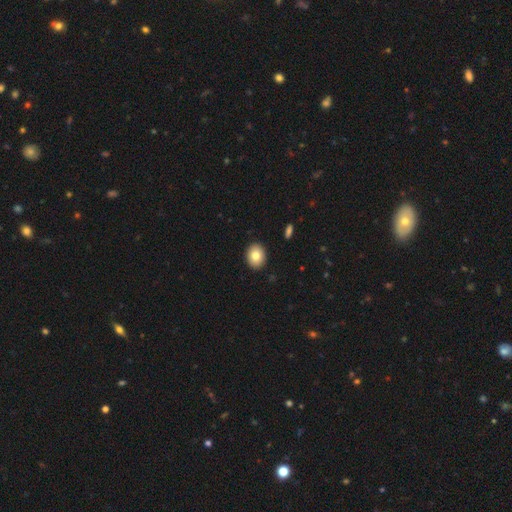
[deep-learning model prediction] Smooth or featured?
  - smooth: 81% *
  - featured or disk: 11%
  - star or artifact: 8%
How rounded?
  - round: 51% *
  - in between: 48%
  - cigar-shaped: 1%
Merging?
  - none: 91% *
  - minor disturbance: 6%
  - major disturbance: 2%
  - merger: 1%